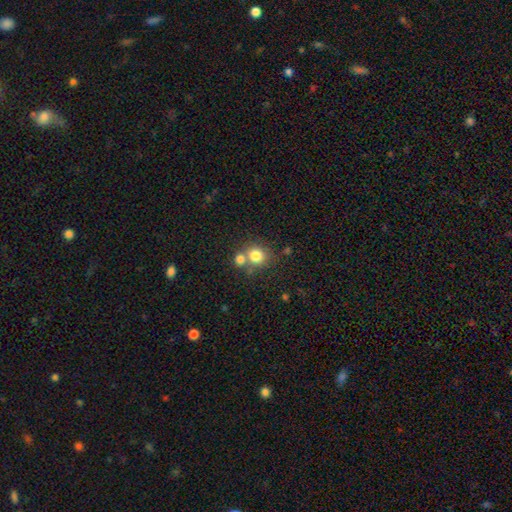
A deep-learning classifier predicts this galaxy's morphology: The model was most divided on "merging": none: 51%, merger: 38%, minor disturbance: 8%, major disturbance: 3%. More confident: how rounded — round (84%); smooth or featured — smooth (79%).